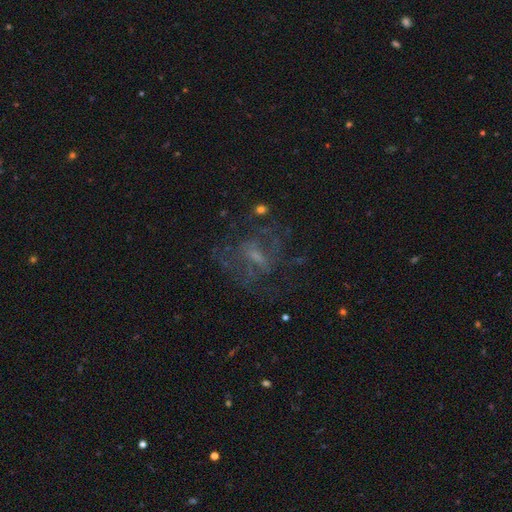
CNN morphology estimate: Smooth or featured? featured or disk (62%)
Edge-on disk? no (95%)
Bar? weak (44%)
Spiral arms? yes (52%)
Bulge size? small (40%)
Merging? none (54%)